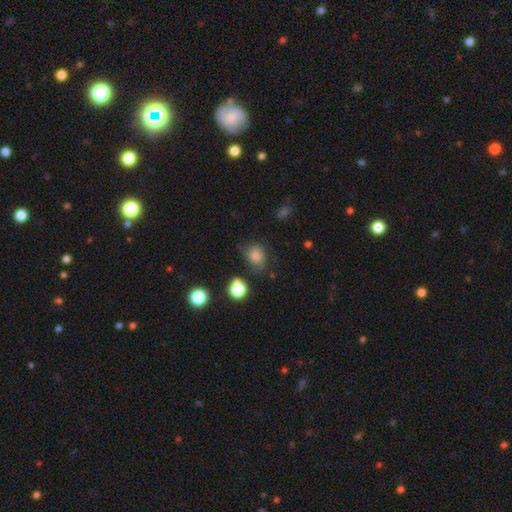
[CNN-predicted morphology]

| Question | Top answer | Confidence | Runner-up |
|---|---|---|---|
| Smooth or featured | smooth | 65% | featured or disk (21%) |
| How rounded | round | 59% | in between (40%) |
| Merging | none | 57% | minor disturbance (27%) |